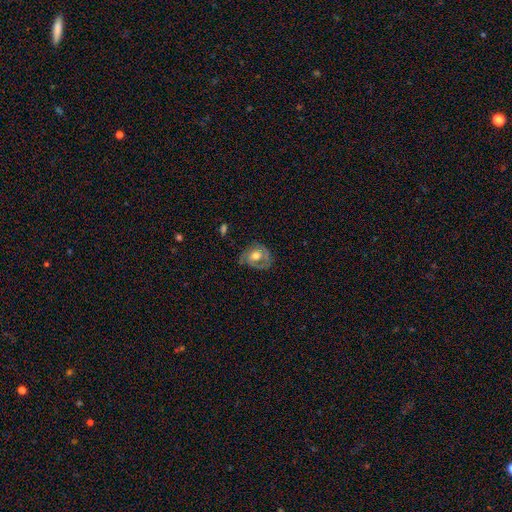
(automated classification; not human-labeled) Smooth or featured: featured or disk — 60% (smooth — 33%)
Edge-on disk: no — 96% (yes — 4%)
Bar: no — 74% (weak — 22%)
Spiral arms: yes — 71% (no — 29%)
Bulge size: moderate — 66% (large — 21%)
Merging: none — 57% (minor disturbance — 26%)